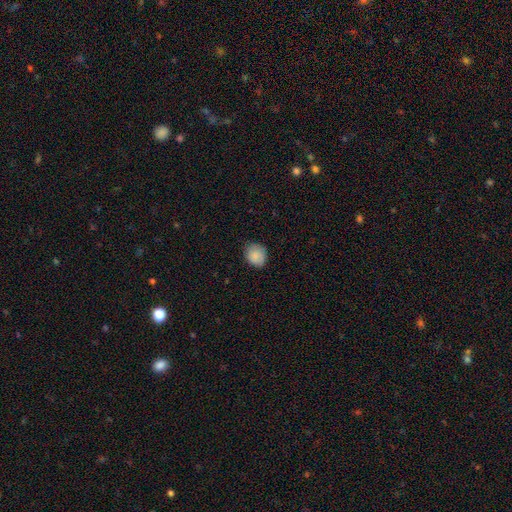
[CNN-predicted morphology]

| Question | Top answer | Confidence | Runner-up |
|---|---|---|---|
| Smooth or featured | smooth | 87% | star or artifact (8%) |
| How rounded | round | 63% | in between (36%) |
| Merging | none | 74% | minor disturbance (22%) |